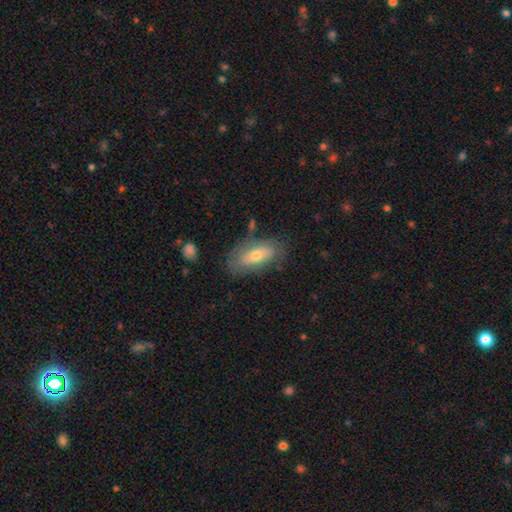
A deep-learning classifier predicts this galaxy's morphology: This is possibly a smooth galaxy (59%). How rounded: clearly in between (85%). Merging: likely none (69%).